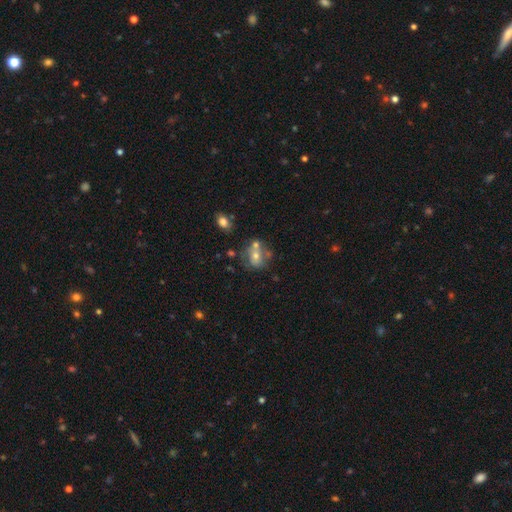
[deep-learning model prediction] Overall: smooth (54%; featured or disk 34%). How rounded: round (60%; in between 39%). Merging: none (42%; merger 34%).